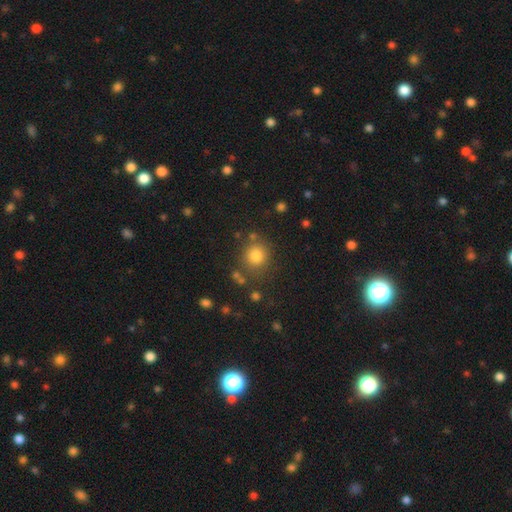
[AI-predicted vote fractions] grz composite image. It shows a smooth galaxy with no disk features (79%) that is round (88%). Merging: none (80%).